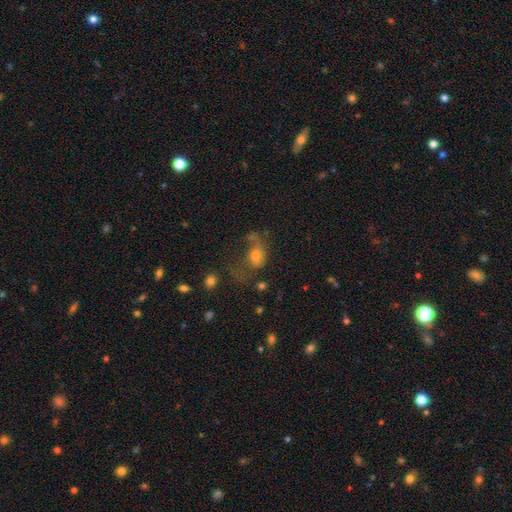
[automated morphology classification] A smooth galaxy with no disk features (53%) that is in between round and cigar-shaped (68%).

Vote fractions:
- Smooth or featured? smooth: 53% / featured or disk: 28% / star or artifact: 18%
- How rounded? in between: 68% / round: 30% / cigar-shaped: 2%
- Merging? major disturbance: 41% / none: 30% / minor disturbance: 19% / merger: 9%